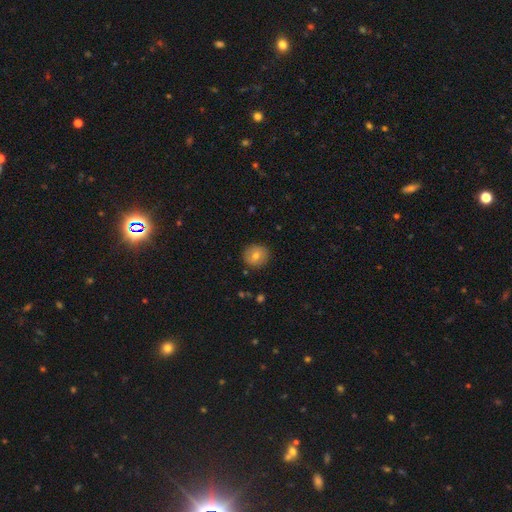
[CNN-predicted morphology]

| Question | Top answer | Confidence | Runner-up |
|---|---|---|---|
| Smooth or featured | smooth | 74% | featured or disk (17%) |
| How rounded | round | 89% | in between (10%) |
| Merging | none | 89% | minor disturbance (8%) |